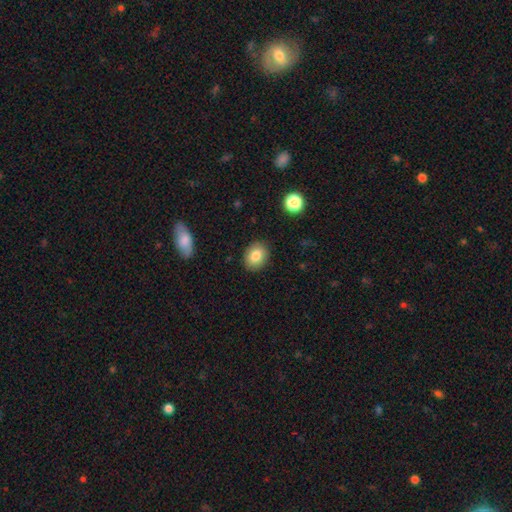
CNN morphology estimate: This is clearly a smooth galaxy (83%). How rounded: possibly in between (53%). Merging: clearly none (89%).